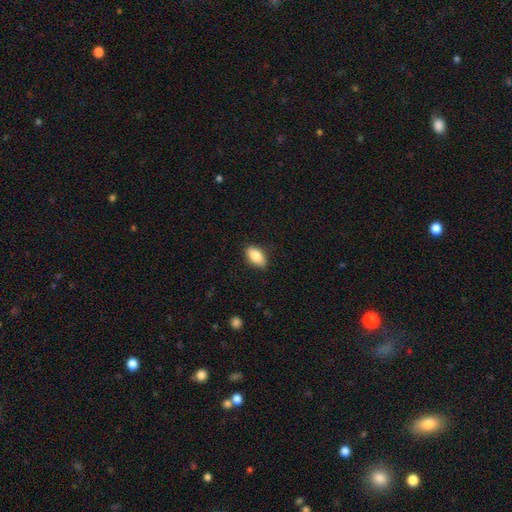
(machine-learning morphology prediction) Smooth or featured?
  - smooth: 85% *
  - featured or disk: 8%
  - star or artifact: 7%
How rounded?
  - in between: 92% *
  - cigar-shaped: 4%
  - round: 4%
Merging?
  - none: 85% *
  - minor disturbance: 12%
  - major disturbance: 2%
  - merger: 1%